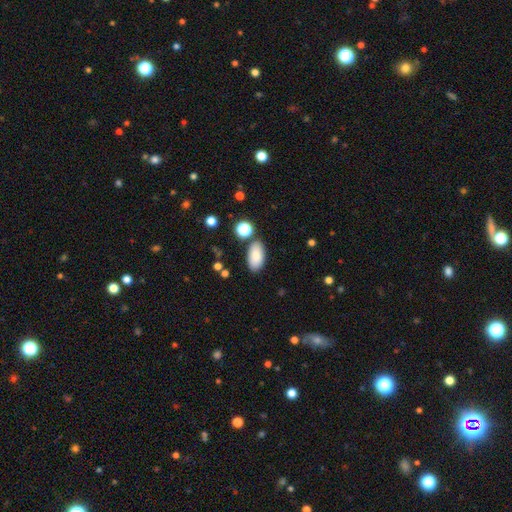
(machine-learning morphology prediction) Smooth or featured? Predicted: smooth (p=0.86). How rounded? Predicted: in between (p=0.94). Merging? Predicted: none (p=0.81).